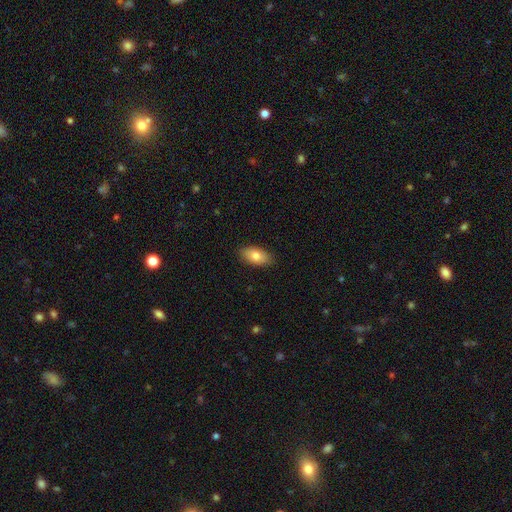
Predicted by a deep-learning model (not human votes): Smooth or featured? Predicted: smooth (p=0.80). How rounded? Predicted: in between (p=0.92). Merging? Predicted: none (p=0.87).